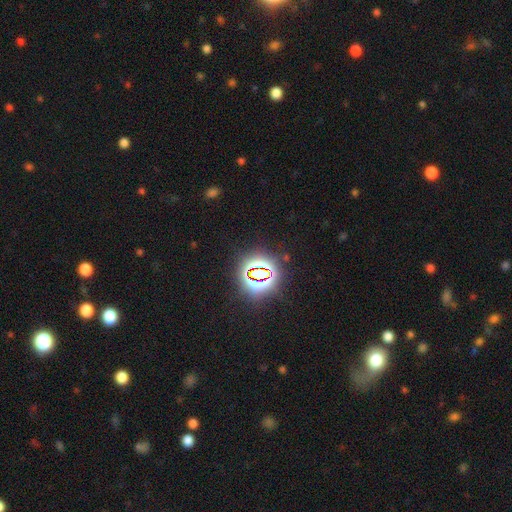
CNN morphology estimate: Smooth or featured: star or artifact — 78% (smooth — 15%)